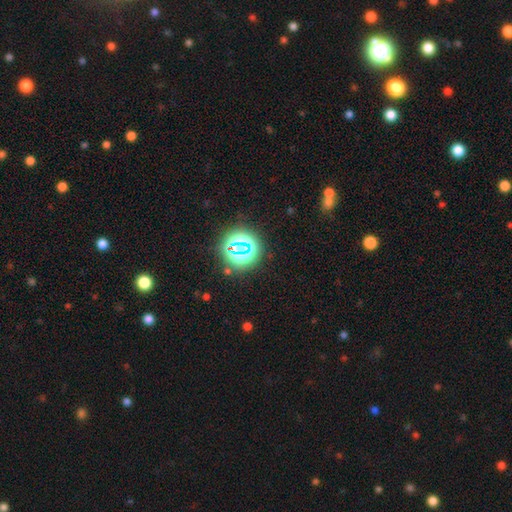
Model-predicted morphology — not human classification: smooth_or_featured: star or artifact (p=0.72) [alt: smooth p=0.21]